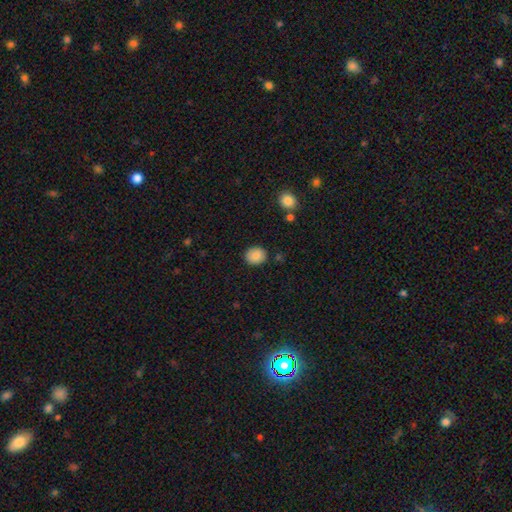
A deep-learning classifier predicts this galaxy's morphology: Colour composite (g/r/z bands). It shows a smooth galaxy with no disk features (86%) that is round (67%). Merging: none (86%).